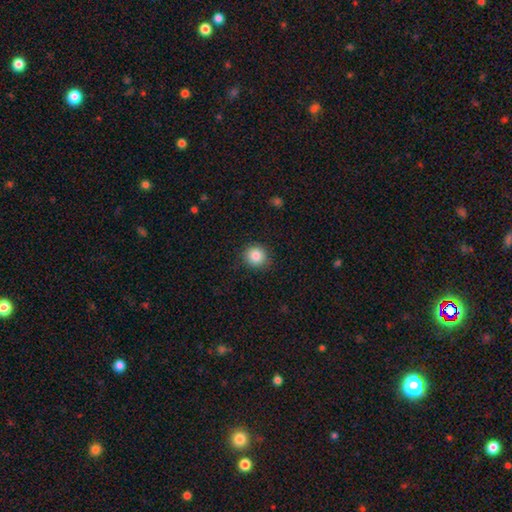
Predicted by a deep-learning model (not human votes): smooth_or_featured: smooth (p=0.86) [alt: star or artifact p=0.10]
how_rounded: round (p=0.91) [alt: in between p=0.09]
merging: none (p=0.89) [alt: minor disturbance p=0.08]